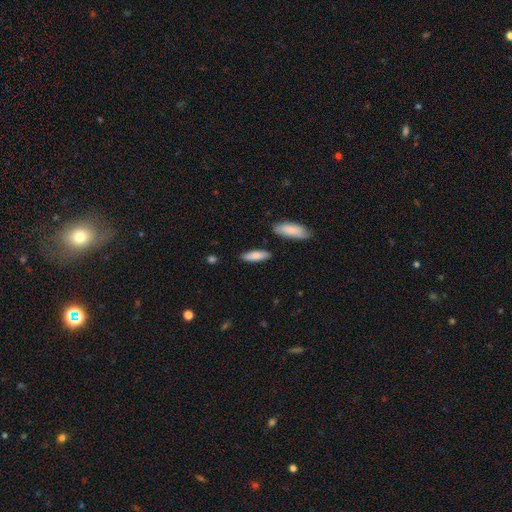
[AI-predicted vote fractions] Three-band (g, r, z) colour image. It shows a smooth galaxy with no disk features (84%) that is cigar-shaped (49%, tied with in between). Merging: none (86%).